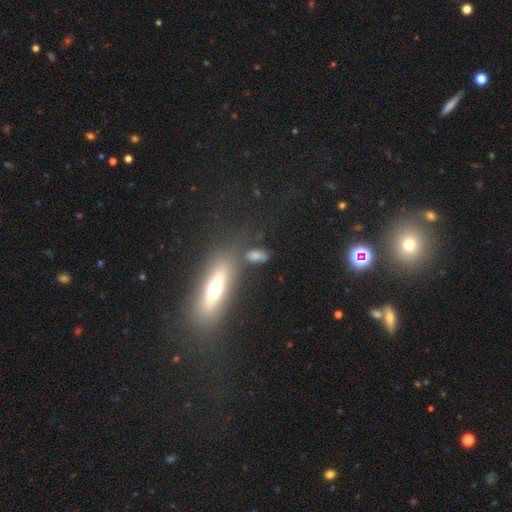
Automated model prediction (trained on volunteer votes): smooth_or_featured: smooth (p=0.65) [alt: featured or disk p=0.20]
how_rounded: in between (p=0.70) [alt: cigar-shaped p=0.19]
merging: none (p=0.62) [alt: minor disturbance p=0.16]